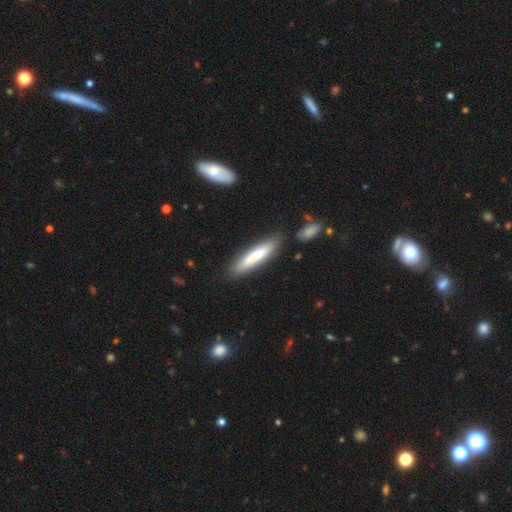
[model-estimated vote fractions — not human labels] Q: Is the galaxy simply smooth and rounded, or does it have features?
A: smooth — 61%.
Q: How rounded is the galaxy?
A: cigar-shaped — 85%.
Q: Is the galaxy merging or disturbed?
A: none — 81%.